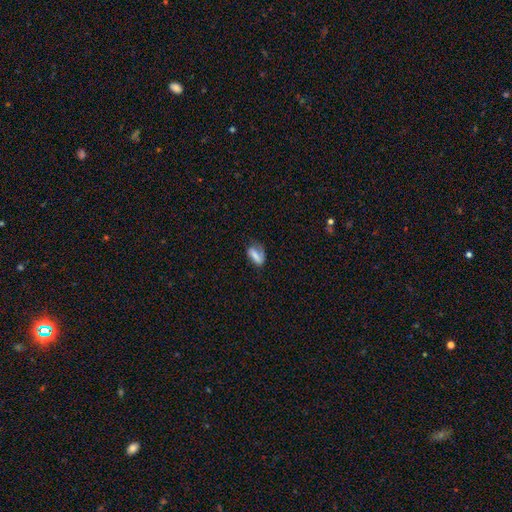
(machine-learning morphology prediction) smooth 55%, featured or disk 36%, star or artifact 9%. Down the decision tree: how rounded — in between (78%); merging — none (50%).